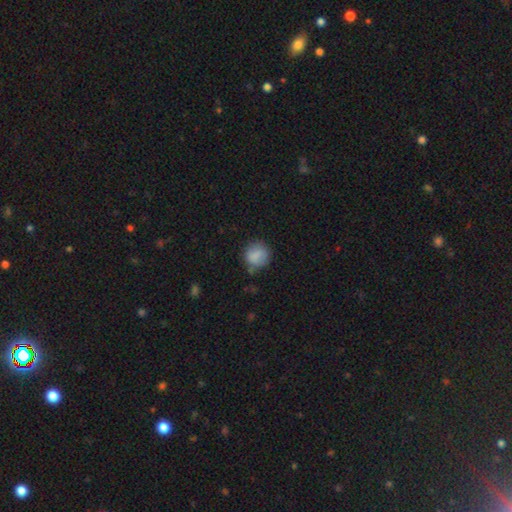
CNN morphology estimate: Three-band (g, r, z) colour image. It shows a smooth galaxy with no disk features (81%) that is round (79%). Merging: none (68%).